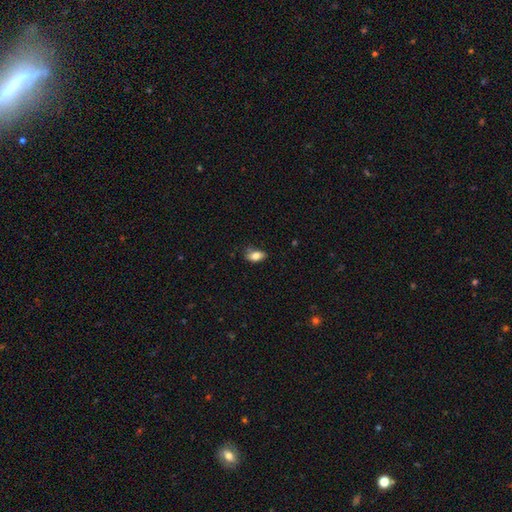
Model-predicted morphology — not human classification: This is clearly a smooth galaxy (81%). How rounded: clearly in between (89%). Merging: likely none (65%).